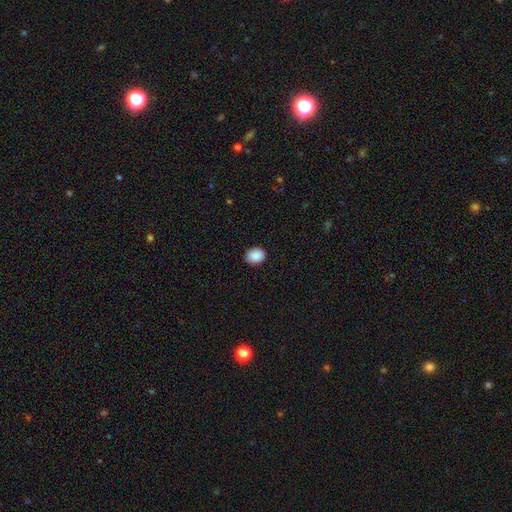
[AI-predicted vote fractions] Overall: smooth (89%). How rounded: round (51%; in between 48%). Merging: none (89%).